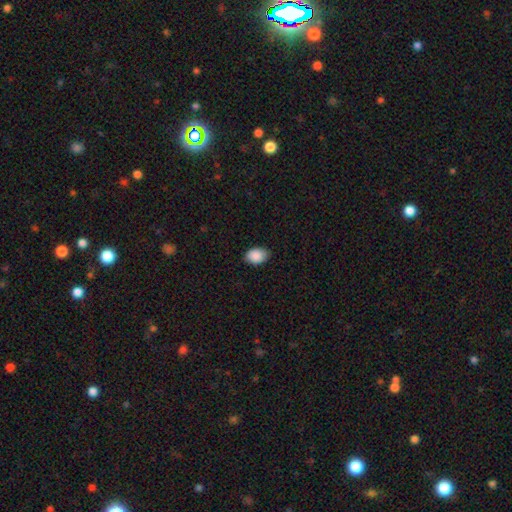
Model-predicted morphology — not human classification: A smooth galaxy with no disk features (90%) that is in between round and cigar-shaped (81%).

Vote fractions:
- Smooth or featured? smooth: 90% / star or artifact: 7% / featured or disk: 3%
- How rounded? in between: 81% / round: 18% / cigar-shaped: 1%
- Merging? none: 83% / minor disturbance: 14% / major disturbance: 2% / merger: 1%